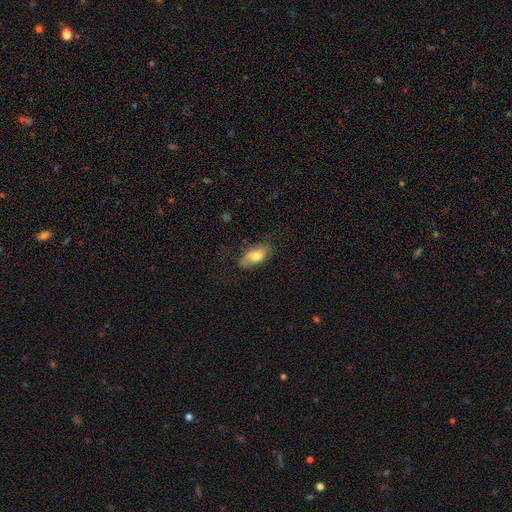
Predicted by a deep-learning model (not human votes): smooth 69%, featured or disk 24%, star or artifact 7%. Down the decision tree: how rounded — in between (86%); merging — none (73%).